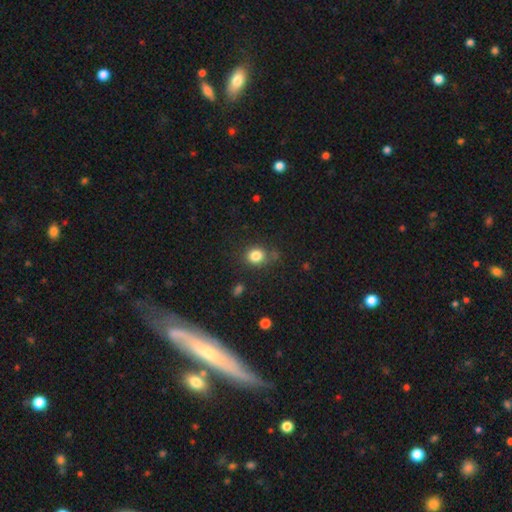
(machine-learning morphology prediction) This is clearly a smooth galaxy (83%). How rounded: likely round (74%). Merging: likely none (74%).